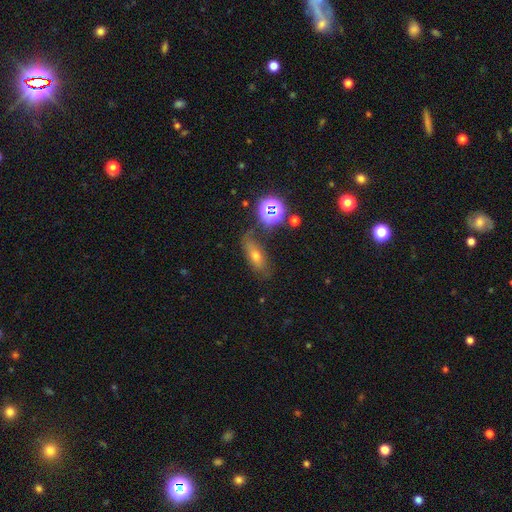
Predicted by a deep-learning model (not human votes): This is possibly a smooth galaxy (50%). Merging: likely none (66%).